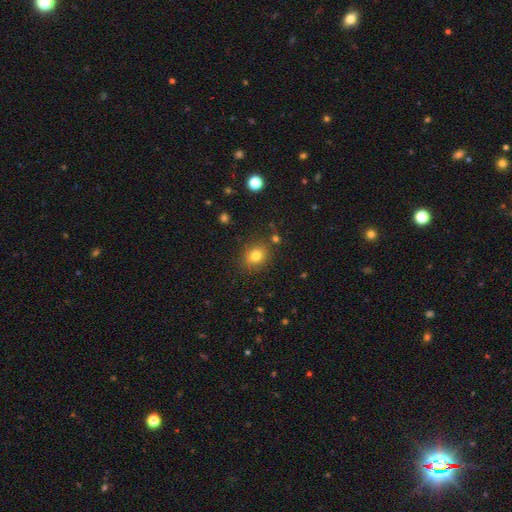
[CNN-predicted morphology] smooth_or_featured: smooth (p=0.79) [alt: star or artifact p=0.13]
how_rounded: round (p=0.59) [alt: in between p=0.40]
merging: none (p=0.84) [alt: minor disturbance p=0.10]